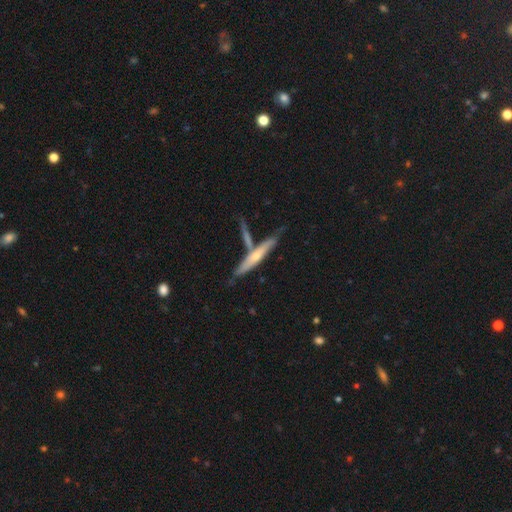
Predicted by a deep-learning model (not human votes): This appears to be a featured or disk galaxy (54%) viewed edge-on (88%). Merging: none (59%).